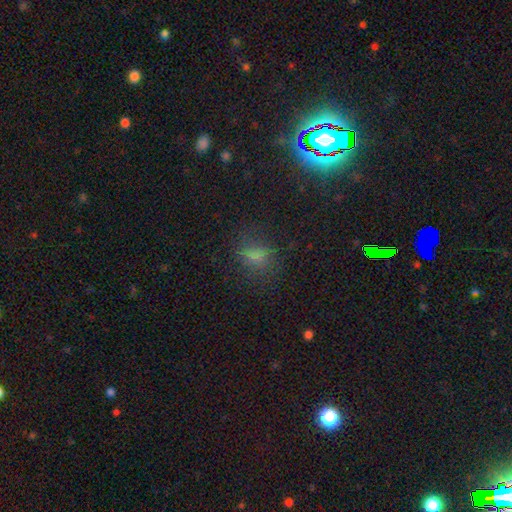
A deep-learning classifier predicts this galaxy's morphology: smooth-or-featured: smooth: 71% | star or artifact: 20% | featured or disk: 9%
  how-rounded: in between: 65% | round: 32% | cigar-shaped: 3%
  merging: none: 67% | minor disturbance: 18% | major disturbance: 12% | merger: 2%